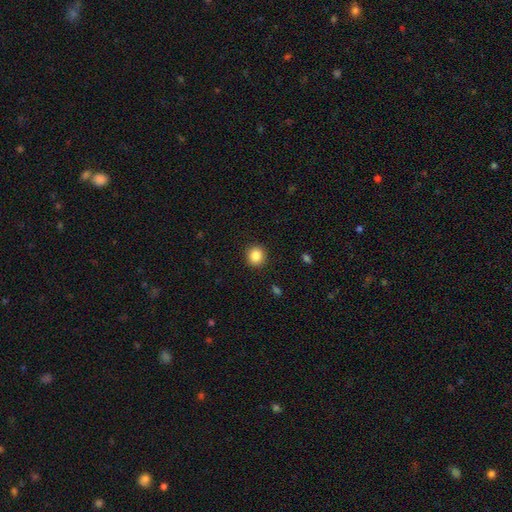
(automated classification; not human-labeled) This is clearly a smooth galaxy (86%). How rounded: clearly round (90%). Merging: clearly none (91%).